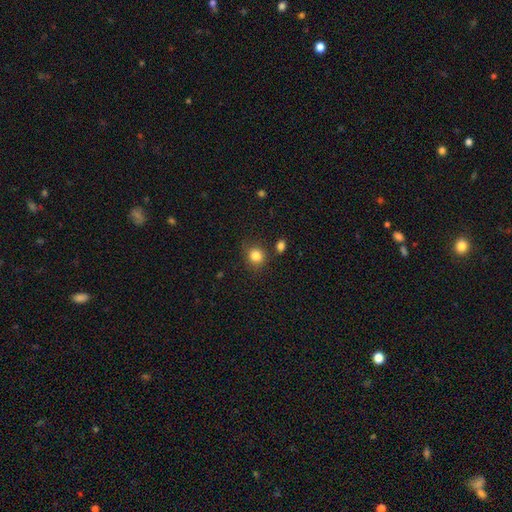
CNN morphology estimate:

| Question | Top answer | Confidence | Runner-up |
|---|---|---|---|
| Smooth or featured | smooth | 84% | star or artifact (11%) |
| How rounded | round | 80% | in between (19%) |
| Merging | none | 76% | minor disturbance (14%) |